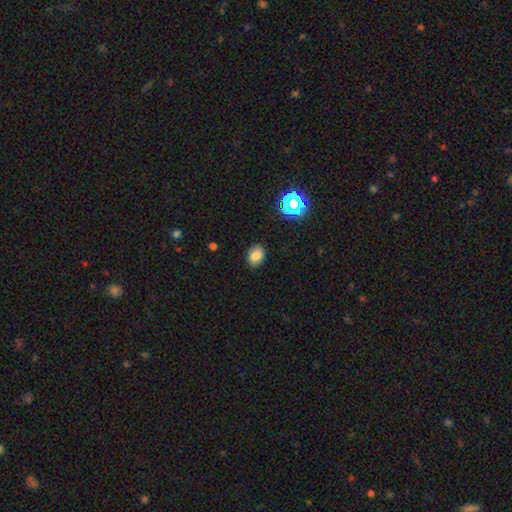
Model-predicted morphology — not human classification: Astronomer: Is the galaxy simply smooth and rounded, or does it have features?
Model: smooth — 81%.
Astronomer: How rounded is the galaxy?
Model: in between — 72%.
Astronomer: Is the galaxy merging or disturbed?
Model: none — 87%.